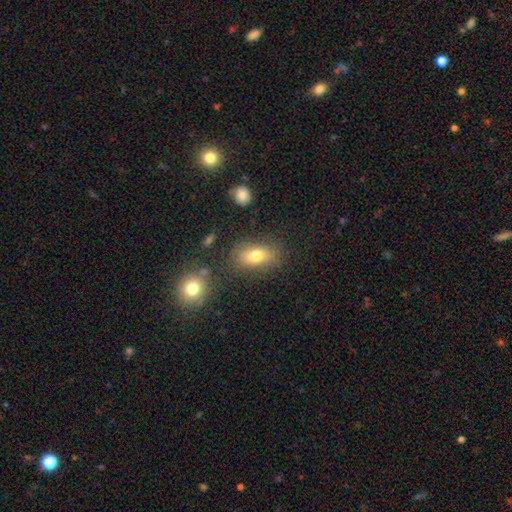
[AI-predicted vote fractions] smooth_or_featured: smooth (p=0.74) [alt: featured or disk p=0.15]
how_rounded: in between (p=0.82) [alt: round p=0.13]
merging: none (p=0.76) [alt: minor disturbance p=0.14]